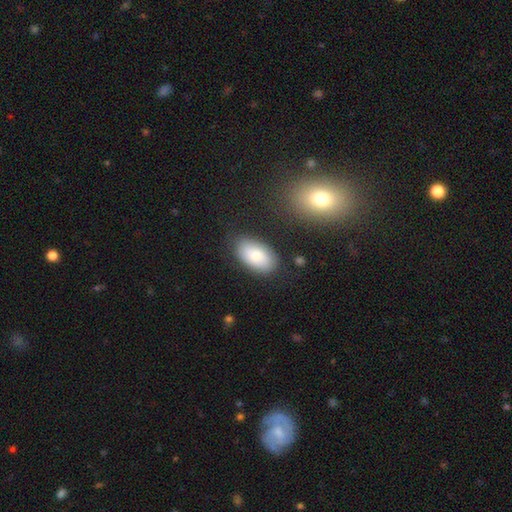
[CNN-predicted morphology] A smooth galaxy with no disk features (79%) that is in between round and cigar-shaped (94%).

Vote fractions:
- Smooth or featured? smooth: 79% / featured or disk: 14% / star or artifact: 7%
- How rounded? in between: 94% / round: 5% / cigar-shaped: 2%
- Merging? none: 81% / minor disturbance: 13% / major disturbance: 3% / merger: 2%